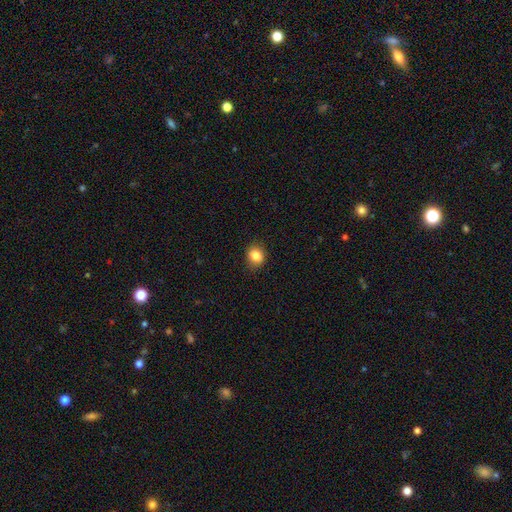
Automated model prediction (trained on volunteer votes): The model was most divided on "how rounded": round: 56%, in between: 43%, cigar-shaped: 1%. More confident: merging — none (85%); smooth or featured — smooth (85%).